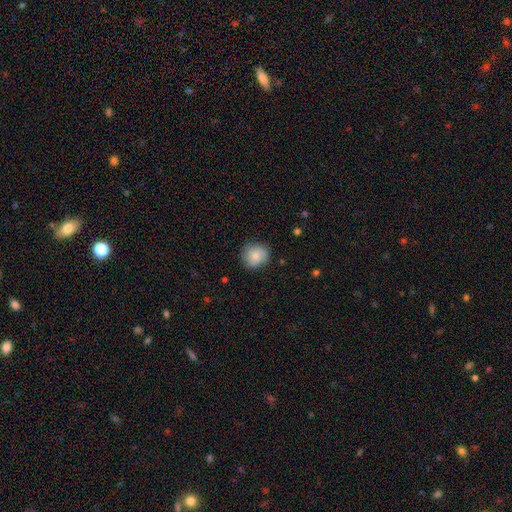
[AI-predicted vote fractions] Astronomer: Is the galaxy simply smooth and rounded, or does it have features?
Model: smooth — 82%.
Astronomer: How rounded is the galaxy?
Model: round — 83%.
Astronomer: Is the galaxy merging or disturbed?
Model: none — 80%.